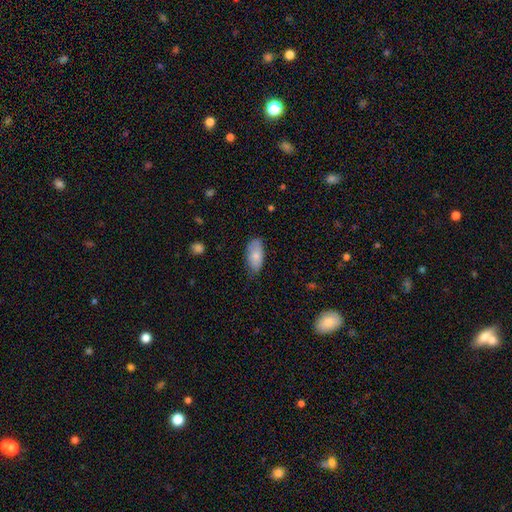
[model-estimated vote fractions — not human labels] This appears to be a smooth galaxy with no disk features (75%) that is in between round and cigar-shaped (92%). Merging: none (69%).